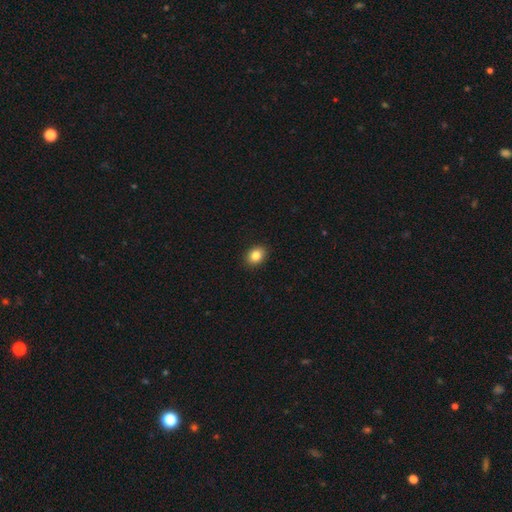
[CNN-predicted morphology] type=smooth (85%); roundness=in between (60%); merging=none (91%).